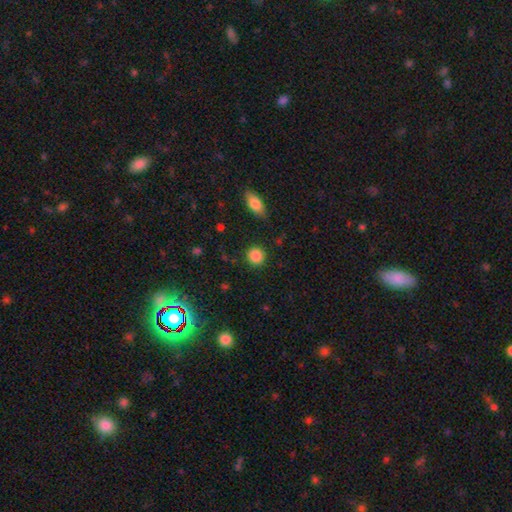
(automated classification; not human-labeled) A smooth galaxy with no disk features (87%) that is round (89%). Merging: none (88%).